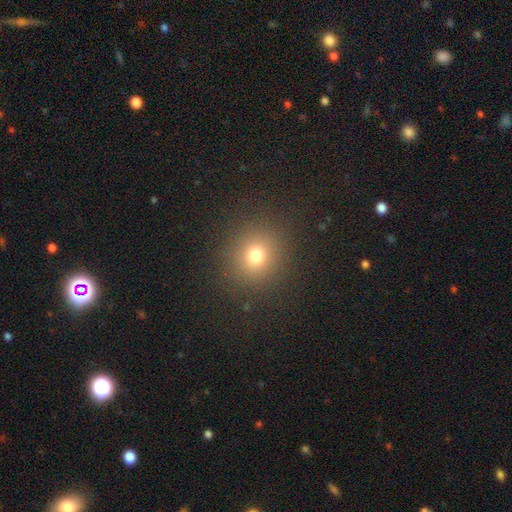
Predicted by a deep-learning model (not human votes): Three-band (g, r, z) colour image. It shows a smooth galaxy with no disk features (73%) that is round (88%). Merging: none (89%).